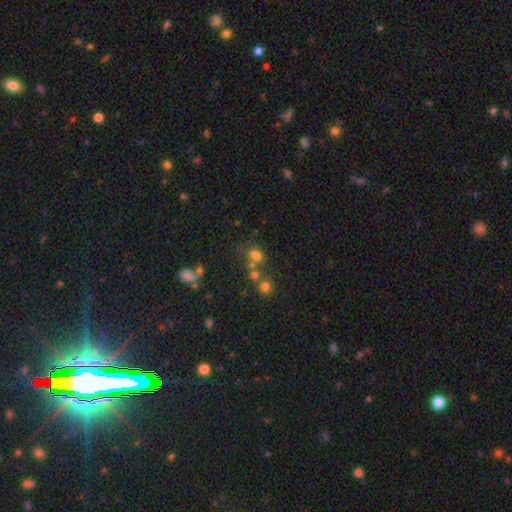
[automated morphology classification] smooth_or_featured: smooth (p=0.65) [alt: star or artifact p=0.21]
how_rounded: in between (p=0.50) [alt: round p=0.48]
merging: none (p=0.44) [alt: merger p=0.34]